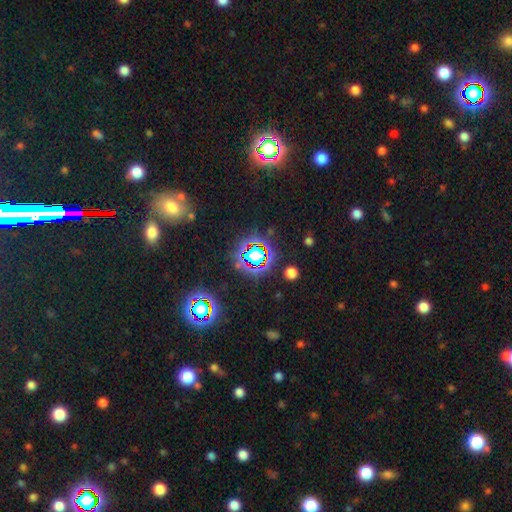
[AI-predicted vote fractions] Morphology: type=star or artifact (75%).